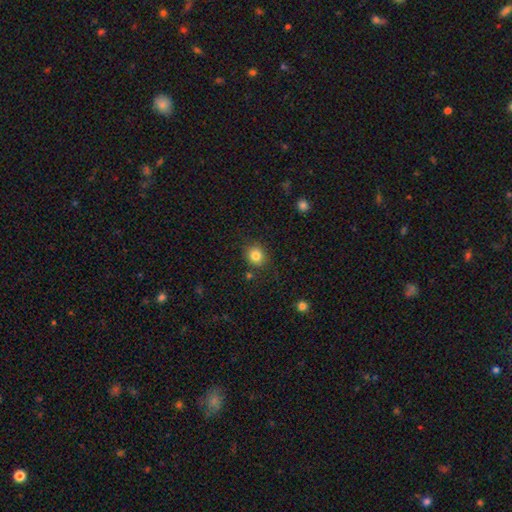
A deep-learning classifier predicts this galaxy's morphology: Q: Smooth or featured?
A: smooth (83%); runner-up: star or artifact (11%)
Q: How rounded?
A: round (81%); runner-up: in between (18%)
Q: Merging?
A: none (85%); runner-up: minor disturbance (10%)